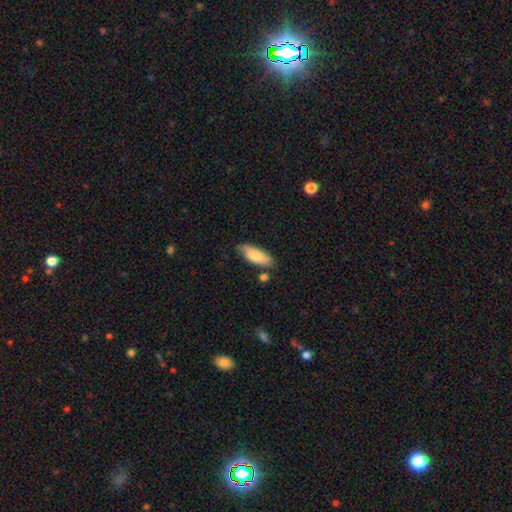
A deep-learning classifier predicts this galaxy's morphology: smooth_or_featured: smooth (p=0.79) [alt: featured or disk p=0.15]
how_rounded: in between (p=0.75) [alt: cigar-shaped p=0.23]
merging: none (p=0.69) [alt: minor disturbance p=0.21]